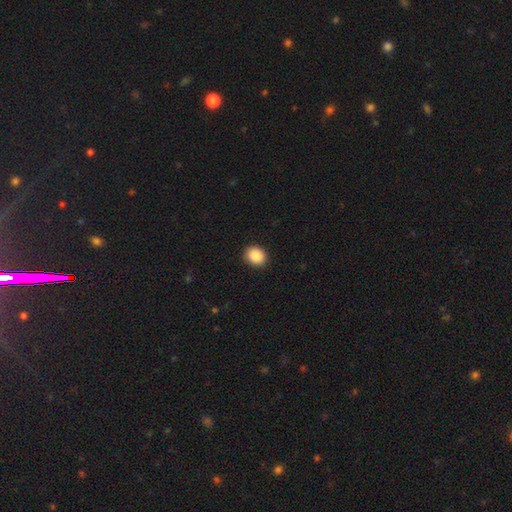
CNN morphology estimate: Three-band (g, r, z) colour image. It shows a smooth galaxy with no disk features (89%) that is round (64%). Merging: none (91%).